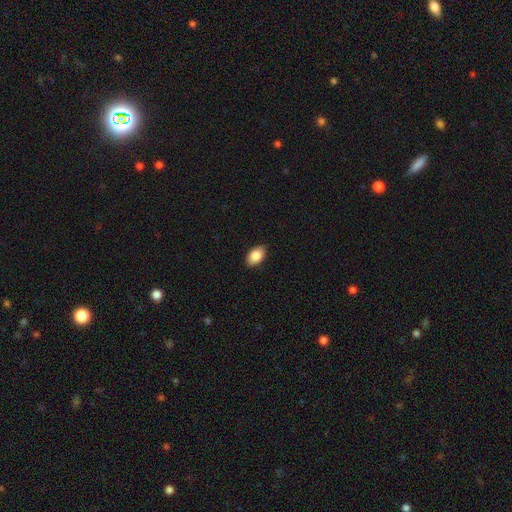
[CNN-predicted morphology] smooth 88%, star or artifact 7%, featured or disk 5%. Down the decision tree: how rounded — in between (91%); merging — none (88%).